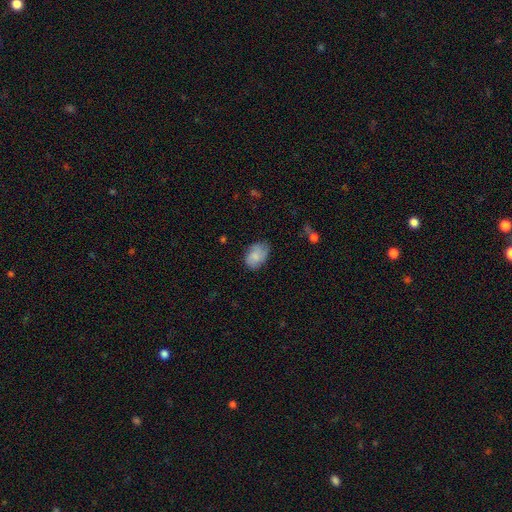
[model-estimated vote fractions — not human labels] Morphology: type=smooth (78%); roundness=in between (82%); merging=none (67%).